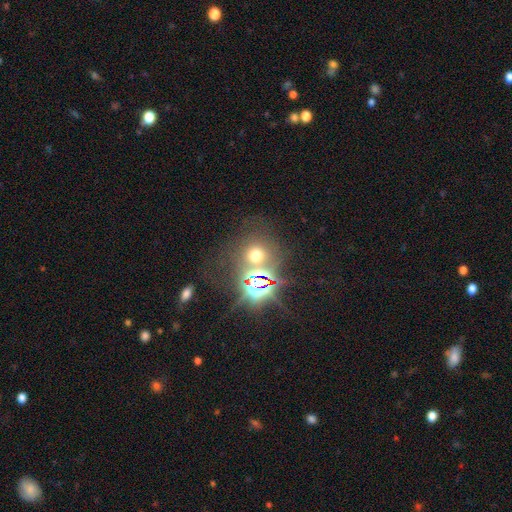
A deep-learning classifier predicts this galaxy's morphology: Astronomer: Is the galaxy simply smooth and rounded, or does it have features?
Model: star or artifact — 47% (runner-up: smooth, 43%).